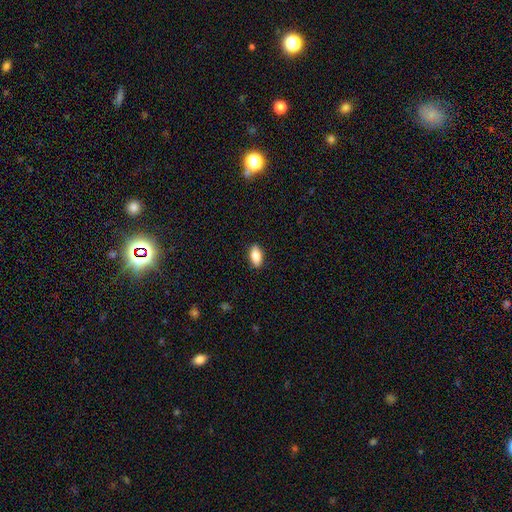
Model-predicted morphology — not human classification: type=smooth (85%); roundness=in between (88%); merging=none (88%).